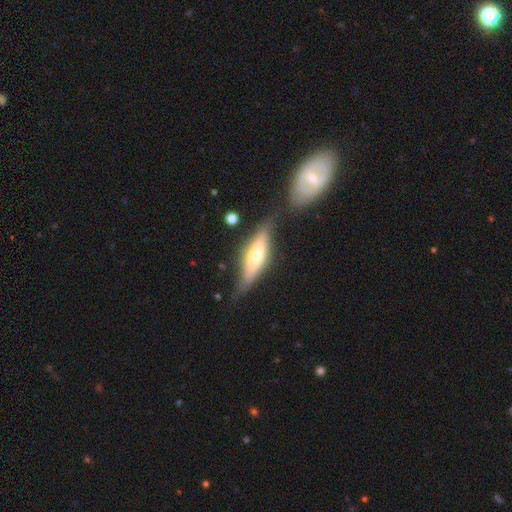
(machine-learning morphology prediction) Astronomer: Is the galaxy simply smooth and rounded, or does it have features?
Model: featured or disk — 52% (runner-up: smooth, 42%).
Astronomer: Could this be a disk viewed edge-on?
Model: yes — 83%.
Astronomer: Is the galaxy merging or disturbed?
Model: none — 68%.